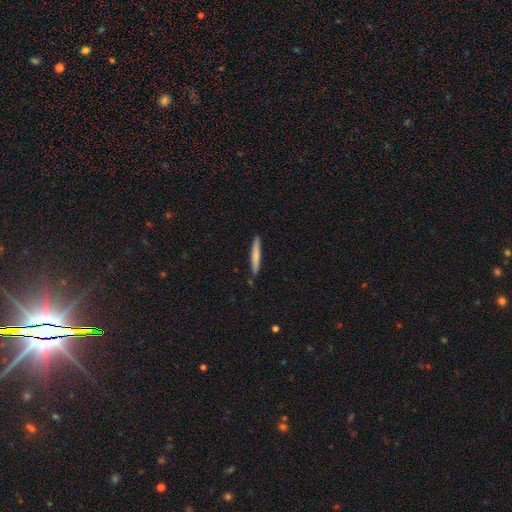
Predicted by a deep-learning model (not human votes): Smooth or featured? Predicted: smooth (p=0.75). How rounded? Predicted: cigar-shaped (p=0.95). Merging? Predicted: none (p=0.88).